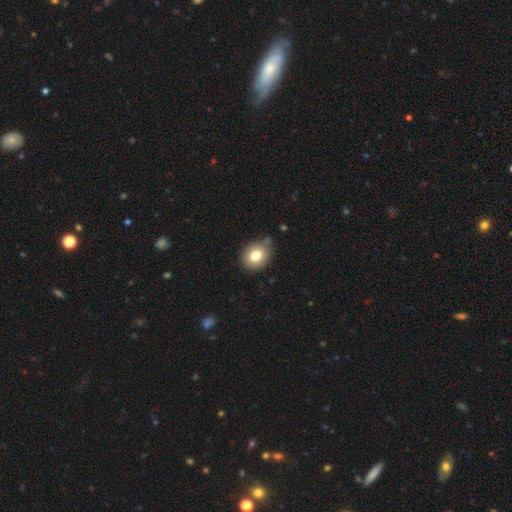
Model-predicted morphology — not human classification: A smooth galaxy with no disk features (79%) that is round (52%). Merging: none (73%).